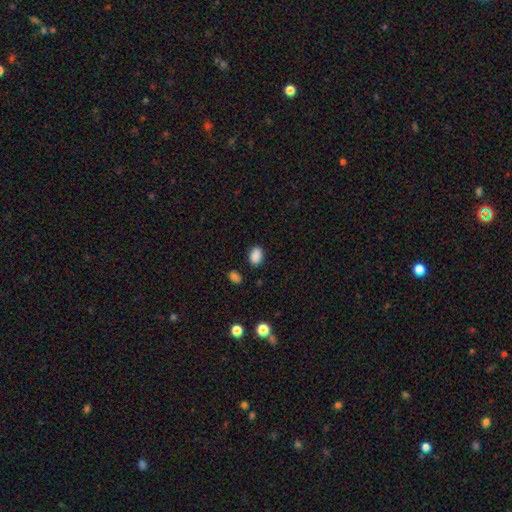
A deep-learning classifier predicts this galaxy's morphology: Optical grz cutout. It shows a smooth galaxy with no disk features (87%) that is in between round and cigar-shaped (80%). Merging: none (83%).